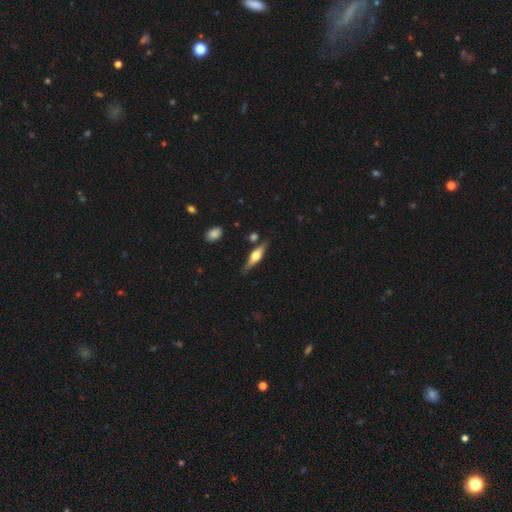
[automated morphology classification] Smooth or featured: featured or disk — 64% (smooth — 31%)
Edge-on disk: yes — 95% (no — 5%)
Edge-on bulge: rounded — 92% (boxy — 6%)
Merging: none — 81% (minor disturbance — 12%)